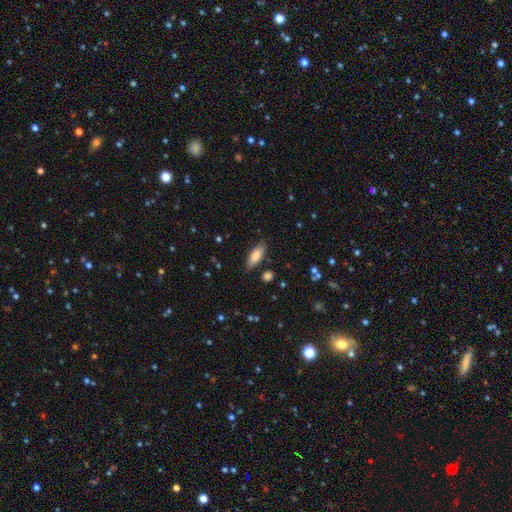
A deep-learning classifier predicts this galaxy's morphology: This appears to be a smooth galaxy with no disk features (79%) that is in between round and cigar-shaped (67%). Merging: none (83%).